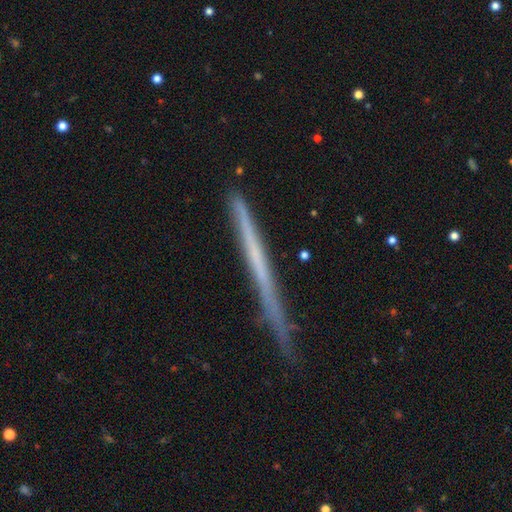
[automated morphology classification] Overall: featured or disk (56%; smooth 37%). Edge-on disk: yes (97%). Edge-on bulge: none (93%). Merging: none (81%).